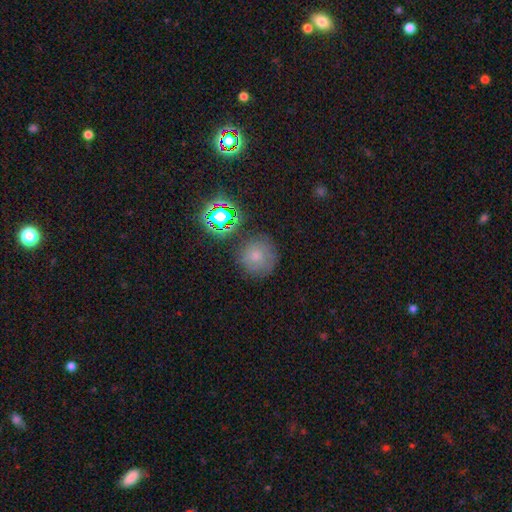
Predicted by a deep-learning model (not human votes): smooth 65%, star or artifact 20%, featured or disk 15%. Down the decision tree: how rounded — round (94%); merging — none (77%).